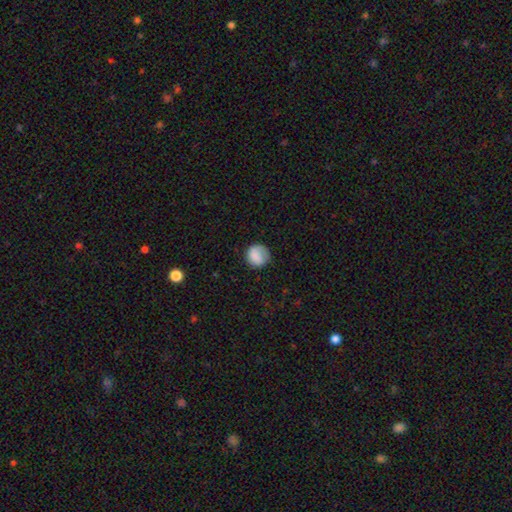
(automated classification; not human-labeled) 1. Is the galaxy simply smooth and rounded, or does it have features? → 82% smooth, 11% featured or disk, 7% star or artifact.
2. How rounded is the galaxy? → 88% round, 11% in between, 1% cigar-shaped.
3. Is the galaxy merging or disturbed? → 72% none, 18% minor disturbance, 9% major disturbance, 1% merger.